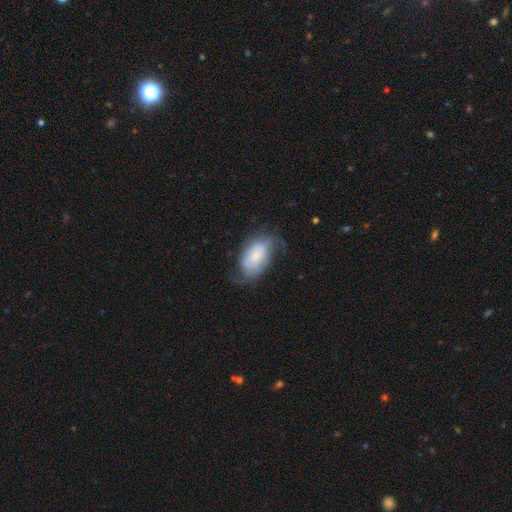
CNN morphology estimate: A featured or disk galaxy (56%) with no bar (66%), spiral arms (81%) and a small central bulge (50%). Merging: none (49%).